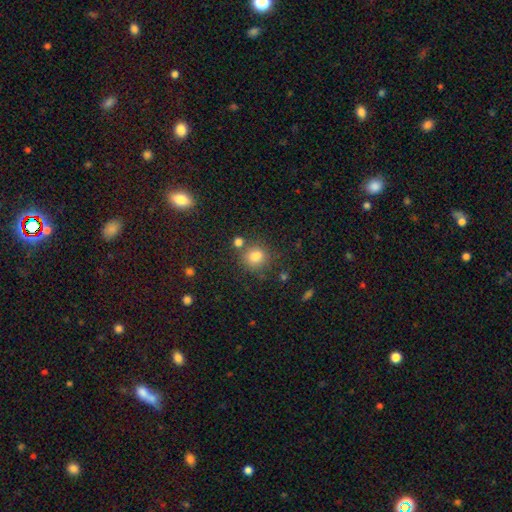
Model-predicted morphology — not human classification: Q: Smooth or featured?
A: smooth (80%); runner-up: star or artifact (13%)
Q: How rounded?
A: round (73%); runner-up: in between (26%)
Q: Merging?
A: none (69%); runner-up: minor disturbance (13%)